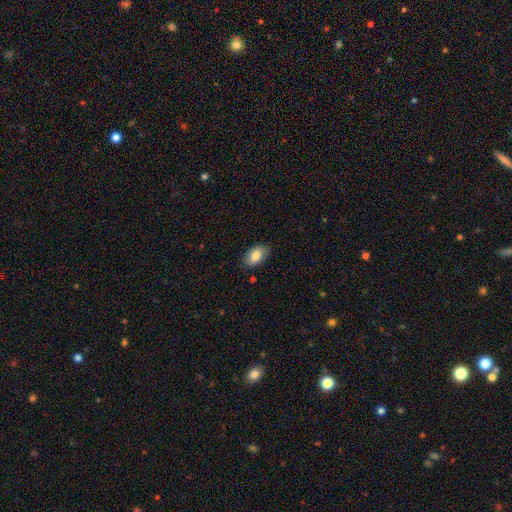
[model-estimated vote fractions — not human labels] Smooth or featured: smooth — 81% (featured or disk — 12%)
How rounded: in between — 91% (round — 7%)
Merging: none — 81% (minor disturbance — 15%)